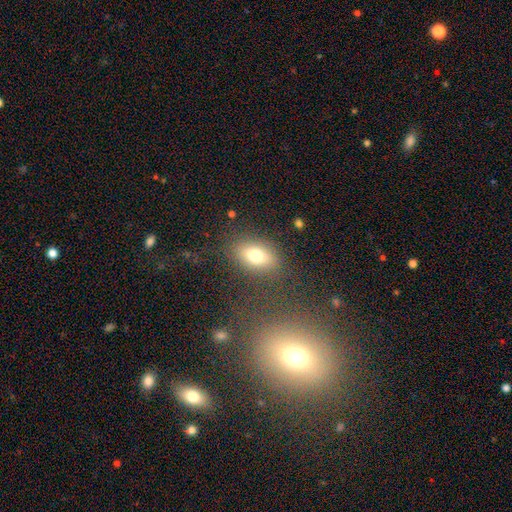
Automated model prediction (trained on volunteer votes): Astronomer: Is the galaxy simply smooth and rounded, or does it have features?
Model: smooth — 75%.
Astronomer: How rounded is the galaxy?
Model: in between — 82%.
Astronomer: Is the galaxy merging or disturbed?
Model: none — 81%.